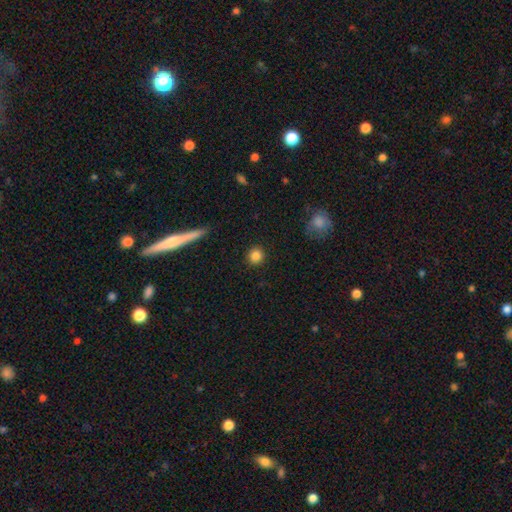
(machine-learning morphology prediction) A smooth galaxy with no disk features (86%) that is round (91%).

Vote fractions:
- Smooth or featured? smooth: 86% / star or artifact: 10% / featured or disk: 5%
- How rounded? round: 91% / in between: 8% / cigar-shaped: 1%
- Merging? none: 91% / minor disturbance: 6% / major disturbance: 2% / merger: 1%